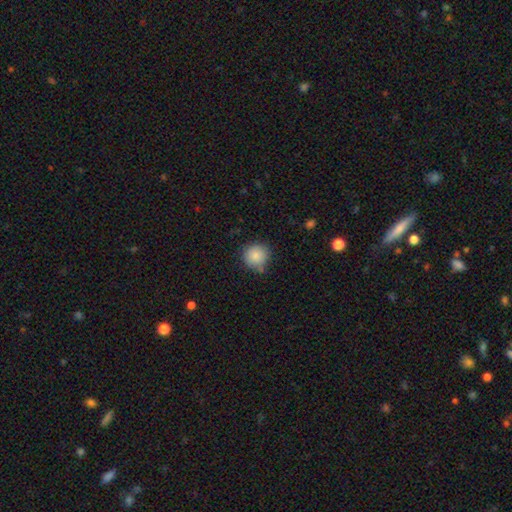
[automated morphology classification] A smooth galaxy with no disk features (86%) that is round (93%).

Vote fractions:
- Smooth or featured? smooth: 86% / star or artifact: 9% / featured or disk: 5%
- How rounded? round: 93% / in between: 6% / cigar-shaped: 1%
- Merging? none: 77% / minor disturbance: 15% / merger: 4% / major disturbance: 3%